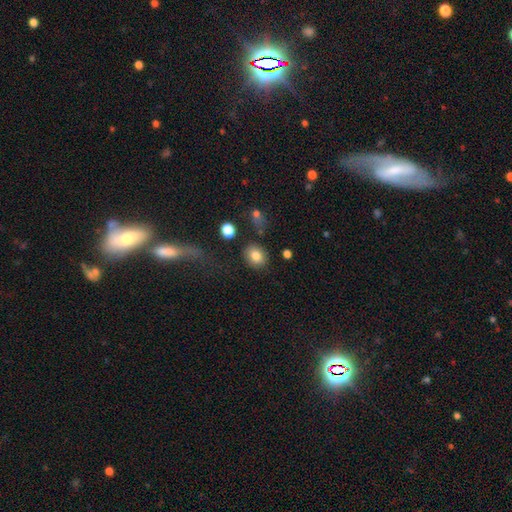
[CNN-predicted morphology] This appears to be a smooth galaxy with no disk features (83%) that is round (58%). Merging: none (80%).